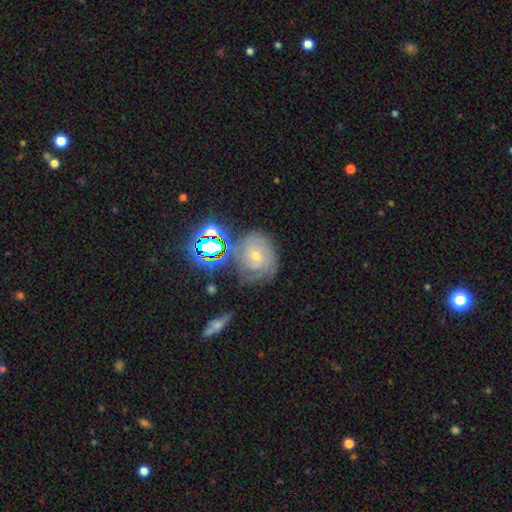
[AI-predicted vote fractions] The model was most divided on "spiral arm count": can't tell: 39%, 3: 23%, 2: 18%, 4: 9%, 1: 6%, more than 4: 5%. More confident: edge-on disk — no (96%); spiral arms — yes (89%); spiral winding — tight (72%); bar — no (69%); merging — none (61%); smooth or featured — featured or disk (59%); bulge size — small (58%).